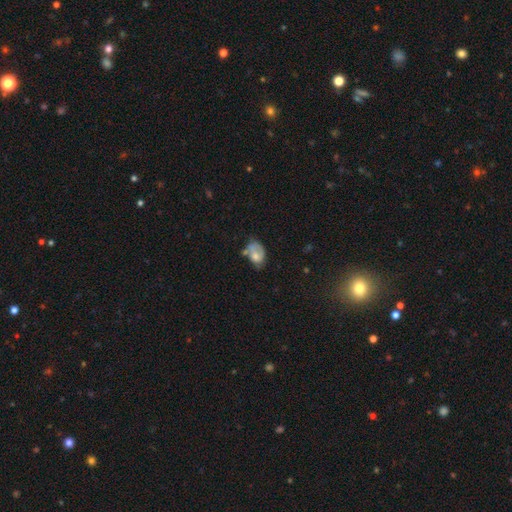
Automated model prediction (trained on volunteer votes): Smooth or featured?
  - smooth: 55% *
  - featured or disk: 36%
  - star or artifact: 9%
How rounded?
  - in between: 78% *
  - round: 20%
  - cigar-shaped: 1%
Merging?
  - minor disturbance: 29% *
  - none: 27%
  - major disturbance: 22%
  - merger: 21%